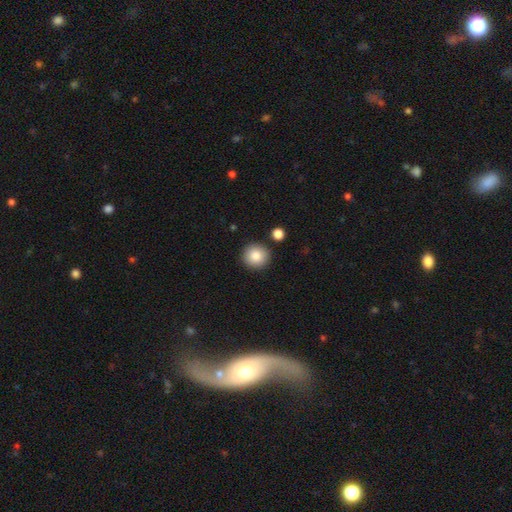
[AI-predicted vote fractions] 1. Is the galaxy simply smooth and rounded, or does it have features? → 85% smooth, 9% star or artifact, 6% featured or disk.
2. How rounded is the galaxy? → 93% round, 6% in between, 1% cigar-shaped.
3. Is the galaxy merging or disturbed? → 89% none, 6% minor disturbance, 3% merger, 2% major disturbance.